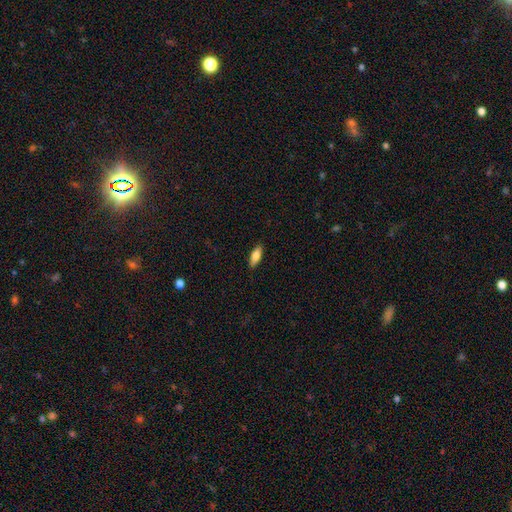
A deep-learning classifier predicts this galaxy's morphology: A smooth galaxy with no disk features (78%) that is in between round and cigar-shaped (67%).

Vote fractions:
- Smooth or featured? smooth: 78% / featured or disk: 16% / star or artifact: 6%
- How rounded? in between: 67% / cigar-shaped: 31% / round: 2%
- Merging? none: 88% / minor disturbance: 9% / major disturbance: 2% / merger: 1%